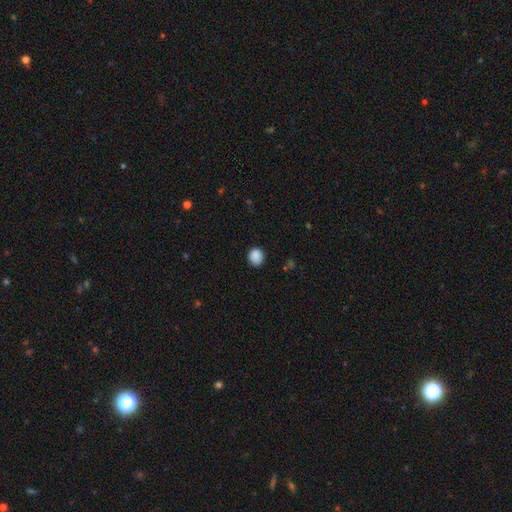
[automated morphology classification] Q: Smooth or featured?
A: smooth (88%); runner-up: star or artifact (9%)
Q: How rounded?
A: round (79%); runner-up: in between (21%)
Q: Merging?
A: none (84%); runner-up: minor disturbance (12%)